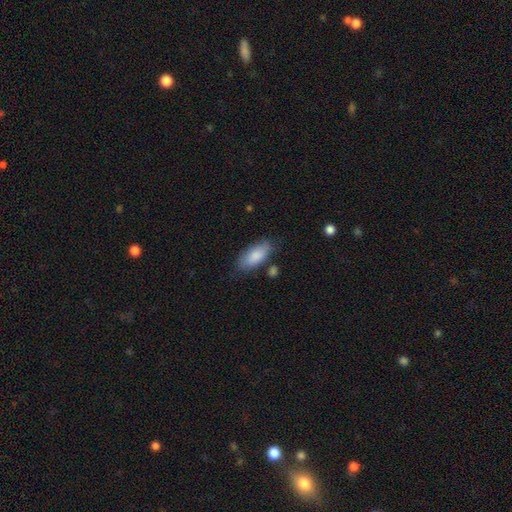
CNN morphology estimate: Q: Smooth or featured?
A: smooth (85%); runner-up: featured or disk (9%)
Q: How rounded?
A: in between (88%); runner-up: cigar-shaped (10%)
Q: Merging?
A: none (71%); runner-up: minor disturbance (20%)